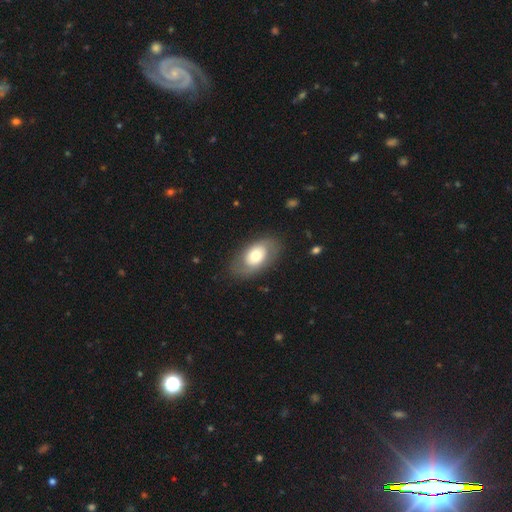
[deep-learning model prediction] The model was most divided on "smooth or featured": smooth: 49%, featured or disk: 45%, star or artifact: 6%. More confident: merging — none (78%).